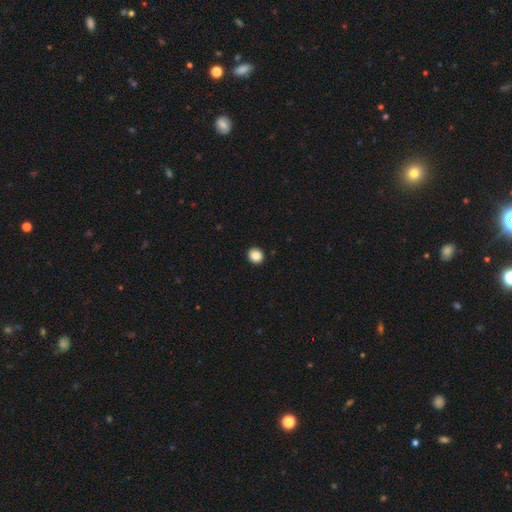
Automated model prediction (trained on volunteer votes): Q: Smooth or featured?
A: smooth (88%); runner-up: star or artifact (10%)
Q: How rounded?
A: round (89%); runner-up: in between (10%)
Q: Merging?
A: none (93%); runner-up: minor disturbance (5%)